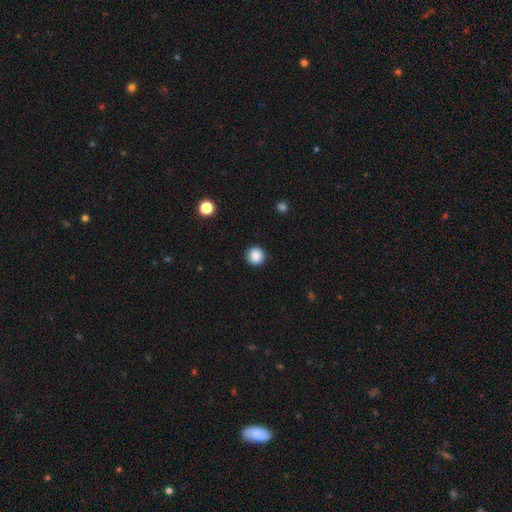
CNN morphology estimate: Overall: smooth (88%). How rounded: round (94%). Merging: none (91%).